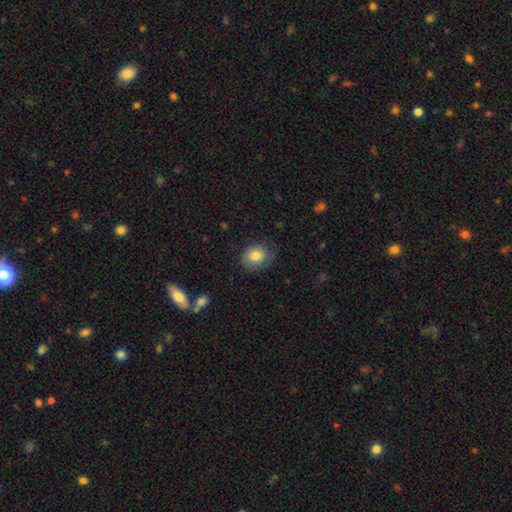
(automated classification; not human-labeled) A smooth galaxy with no disk features (78%) that is round (60%).

Vote fractions:
- Smooth or featured? smooth: 78% / featured or disk: 14% / star or artifact: 8%
- How rounded? round: 60% / in between: 39% / cigar-shaped: 1%
- Merging? none: 65% / minor disturbance: 24% / major disturbance: 10% / merger: 1%